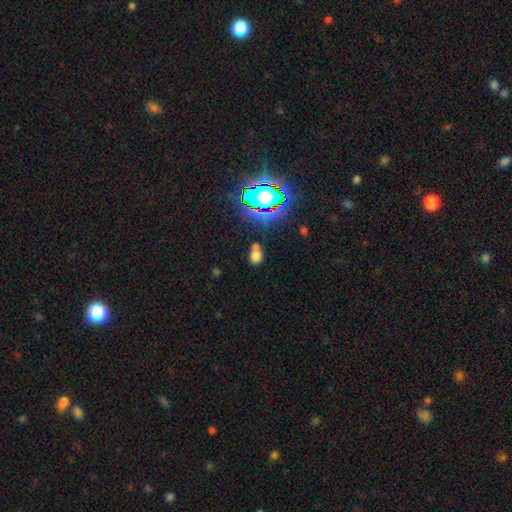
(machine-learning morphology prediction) This is likely a smooth galaxy (67%). How rounded: possibly in between (57%). Merging: possibly none (50%).